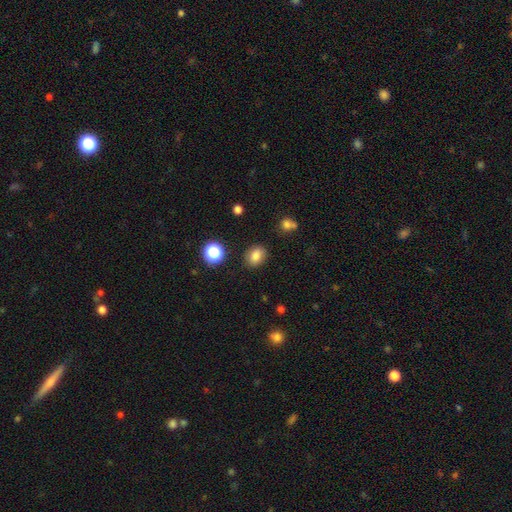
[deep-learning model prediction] Morphology: type=smooth (81%); roundness=in between (57%); merging=none (84%).